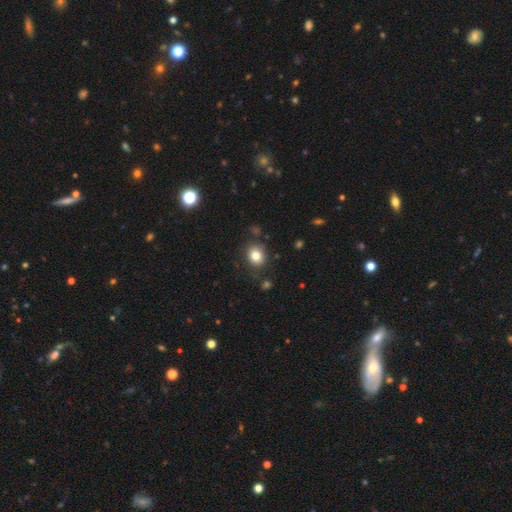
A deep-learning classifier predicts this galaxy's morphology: Smooth or featured? smooth (82%)
How rounded? round (63%)
Merging? none (82%)